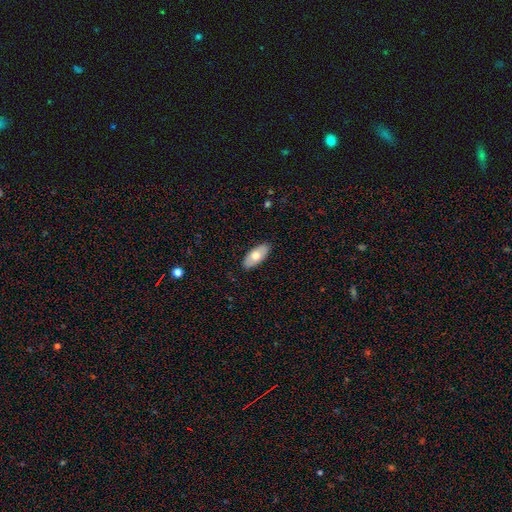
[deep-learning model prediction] This appears to be a smooth galaxy with no disk features (65%) that is in between round and cigar-shaped (90%). Merging: none (88%).